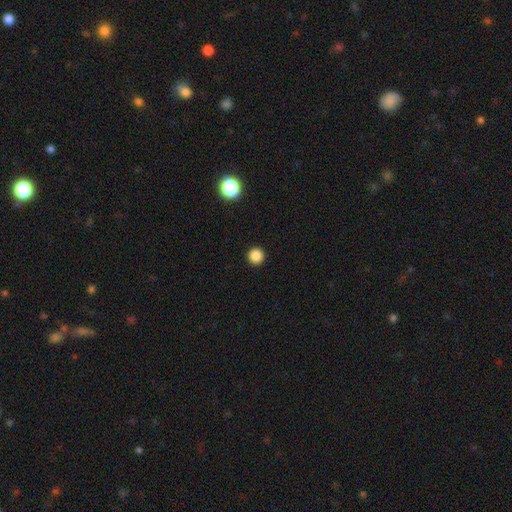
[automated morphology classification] This is clearly a smooth galaxy (86%). How rounded: clearly round (96%). Merging: clearly none (94%).